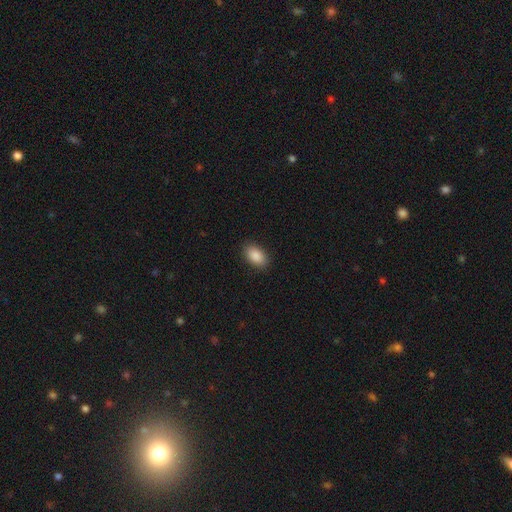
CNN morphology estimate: Smooth or featured: smooth — 89% (star or artifact — 7%)
How rounded: in between — 92% (round — 6%)
Merging: none — 89% (minor disturbance — 8%)